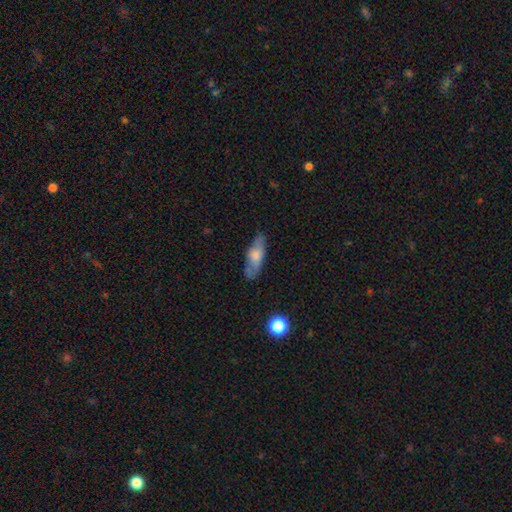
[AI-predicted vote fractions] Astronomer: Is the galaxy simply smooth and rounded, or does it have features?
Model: smooth — 62%.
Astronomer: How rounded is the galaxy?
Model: in between — 59% (runner-up: cigar-shaped, 38%).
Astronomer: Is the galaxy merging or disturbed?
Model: none — 73%.